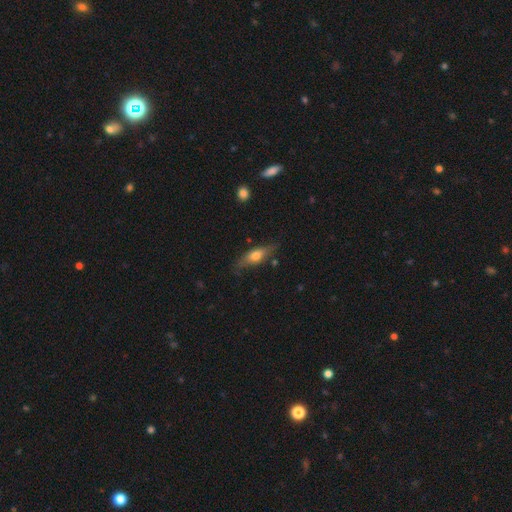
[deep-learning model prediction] smooth-or-featured: smooth: 52% | featured or disk: 41% | star or artifact: 7%
  how-rounded: in between: 53% | cigar-shaped: 44% | round: 4%
  merging: none: 73% | minor disturbance: 20% | major disturbance: 5% | merger: 2%